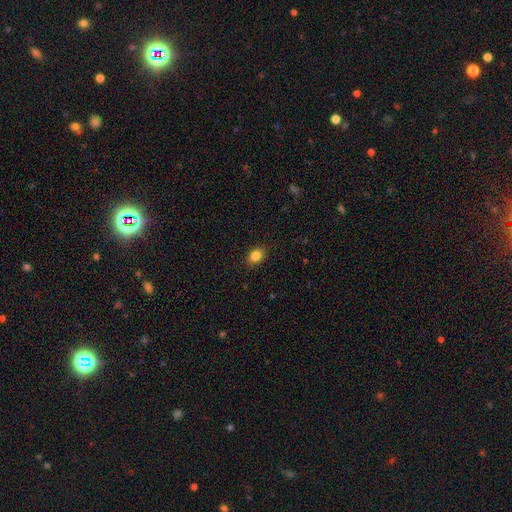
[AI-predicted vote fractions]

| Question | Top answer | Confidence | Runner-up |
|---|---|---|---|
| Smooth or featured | smooth | 84% | star or artifact (10%) |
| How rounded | in between | 64% | round (35%) |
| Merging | none | 87% | minor disturbance (10%) |